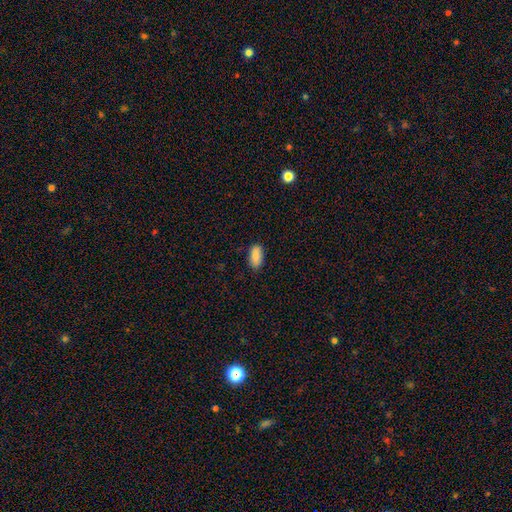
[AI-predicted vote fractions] Smooth or featured?
  - smooth: 88% *
  - star or artifact: 7%
  - featured or disk: 5%
How rounded?
  - in between: 92% *
  - cigar-shaped: 6%
  - round: 3%
Merging?
  - none: 86% *
  - minor disturbance: 10%
  - major disturbance: 2%
  - merger: 1%